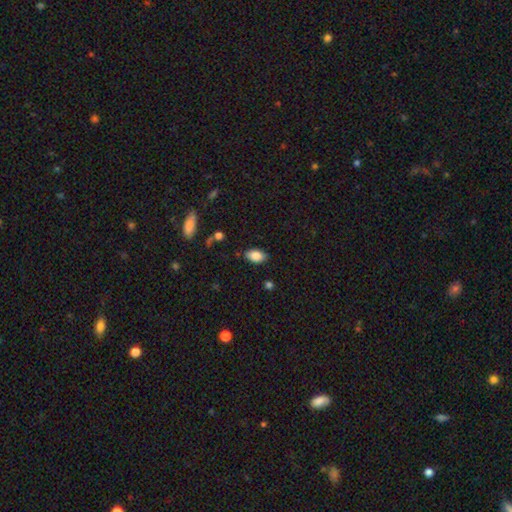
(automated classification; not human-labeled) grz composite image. It shows a smooth galaxy with no disk features (85%) that is in between round and cigar-shaped (92%). Merging: none (82%).